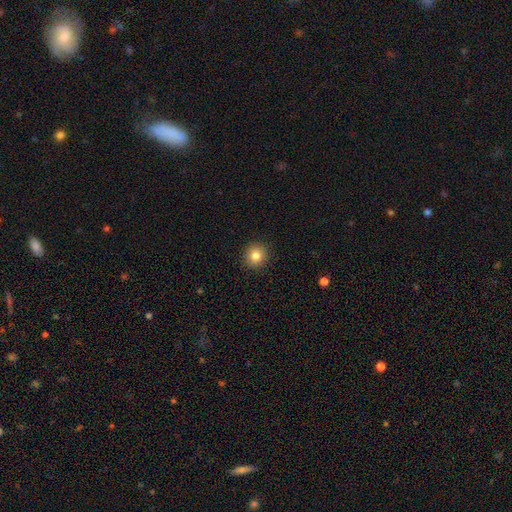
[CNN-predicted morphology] Q: Smooth or featured?
A: smooth (83%); runner-up: star or artifact (10%)
Q: How rounded?
A: round (90%); runner-up: in between (9%)
Q: Merging?
A: none (92%); runner-up: minor disturbance (6%)